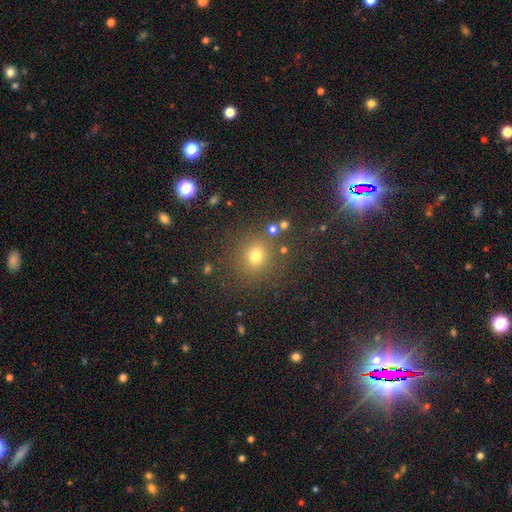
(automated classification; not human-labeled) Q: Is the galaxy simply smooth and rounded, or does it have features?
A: smooth — 73%.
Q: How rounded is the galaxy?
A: round — 86%.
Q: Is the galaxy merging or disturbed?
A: none — 82%.